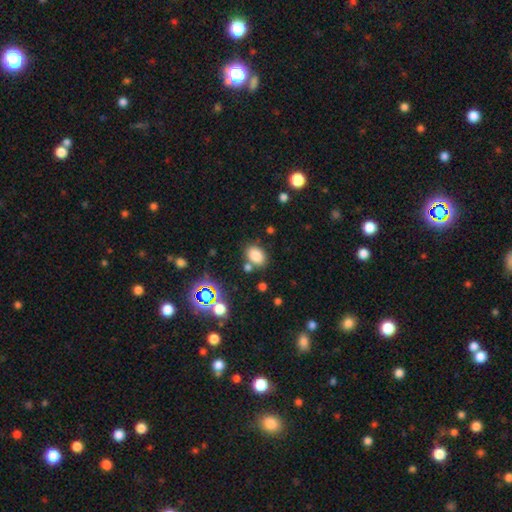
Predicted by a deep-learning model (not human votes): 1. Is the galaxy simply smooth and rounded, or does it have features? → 80% smooth, 13% star or artifact, 7% featured or disk.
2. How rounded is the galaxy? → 75% in between, 23% round, 1% cigar-shaped.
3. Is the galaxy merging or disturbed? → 73% none, 13% minor disturbance, 10% merger, 4% major disturbance.